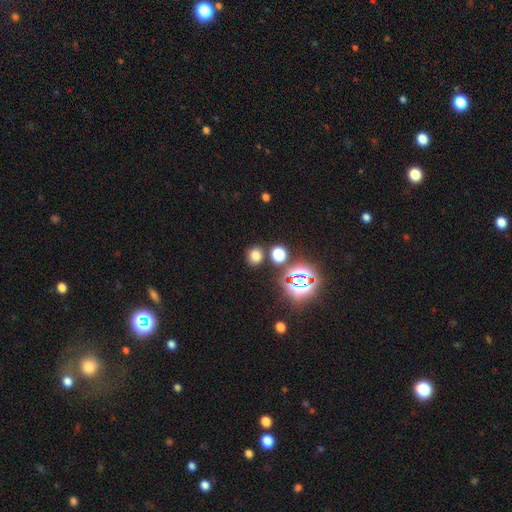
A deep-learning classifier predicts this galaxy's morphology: A smooth galaxy with no disk features (67%) that is round (69%).

Vote fractions:
- Smooth or featured? smooth: 67% / star or artifact: 26% / featured or disk: 6%
- How rounded? round: 69% / in between: 30% / cigar-shaped: 1%
- Merging? none: 82% / minor disturbance: 8% / merger: 6% / major disturbance: 3%